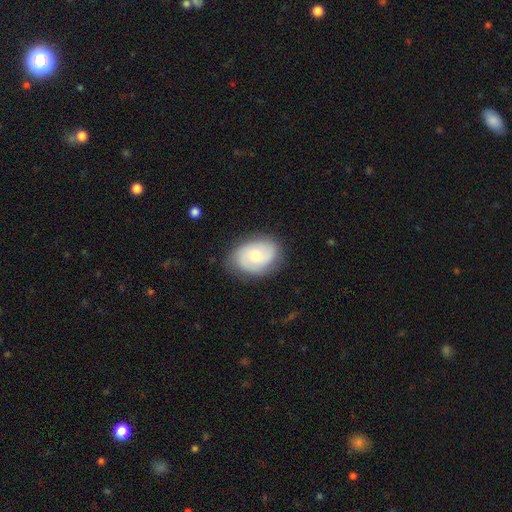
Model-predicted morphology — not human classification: smooth-or-featured: featured or disk: 53% | smooth: 40% | star or artifact: 7%
  disk-edge-on: no: 96% | yes: 4%
    bar: no: 67% | weak: 29% | strong: 4%
    has-spiral-arms: yes: 81% | no: 19%
    bulge-size: moderate: 61% | small: 32% | large: 4% | none: 1% | dominant: 1%
  merging: none: 77% | minor disturbance: 17% | major disturbance: 5% | merger: 1%